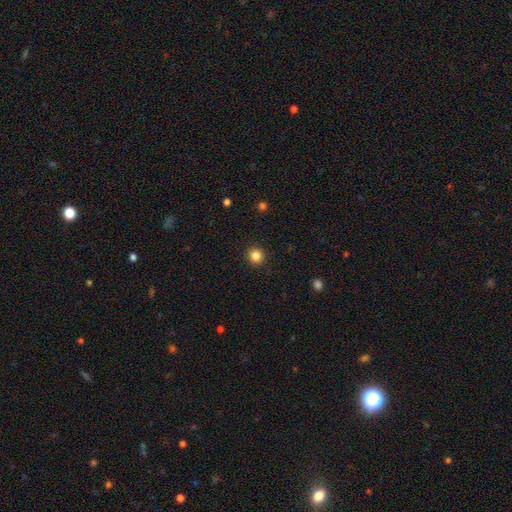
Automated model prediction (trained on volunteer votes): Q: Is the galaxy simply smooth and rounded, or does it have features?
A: smooth — 85%.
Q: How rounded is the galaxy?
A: round — 91%.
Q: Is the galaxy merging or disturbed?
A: none — 92%.